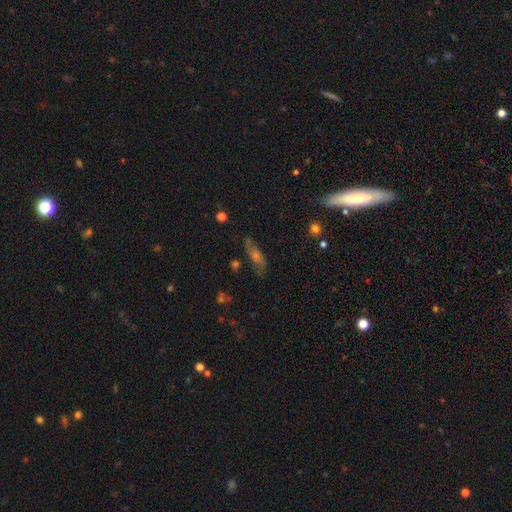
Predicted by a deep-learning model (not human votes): Smooth or featured: featured or disk — 44% (smooth — 37%)
Merging: none — 72% (minor disturbance — 17%)